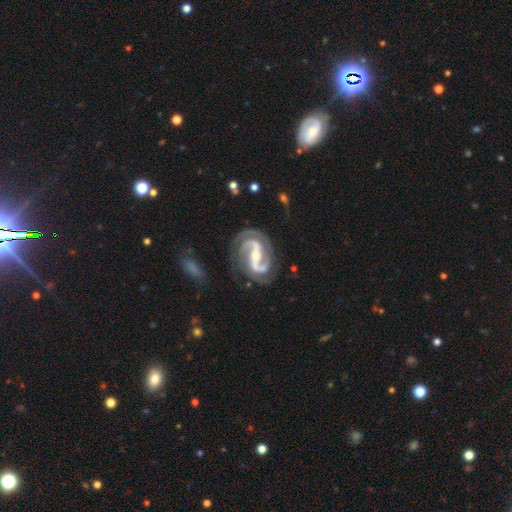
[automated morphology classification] A featured or disk galaxy (93%) with a strong bar (58%), 2 (86%) medium (54%) spiral arms (98%) and a small central bulge (51%).

Vote fractions:
- Smooth or featured? featured or disk: 93% / star or artifact: 4% / smooth: 3%
- Edge-on disk? no: 97% / yes: 3%
- Bar? strong: 58% / weak: 28% / no: 15%
- Spiral arms? yes: 98% / no: 2%
- Spiral winding? medium: 54% / tight: 27% / loose: 19%
- Spiral arm count? 2: 86% / 3: 6% / can't tell: 2% / 1: 2% / 4: 2% / more than 4: 2%
- Bulge size? small: 51% / moderate: 43% / large: 3% / none: 2% / dominant: 1%
- Merging? none: 72% / minor disturbance: 17% / major disturbance: 8% / merger: 3%